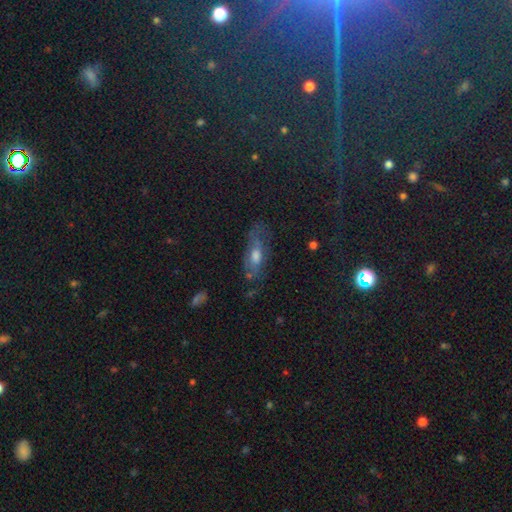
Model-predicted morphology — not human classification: Q: Smooth or featured?
A: featured or disk (43%); runner-up: smooth (38%)
Q: Merging?
A: none (59%); runner-up: minor disturbance (24%)